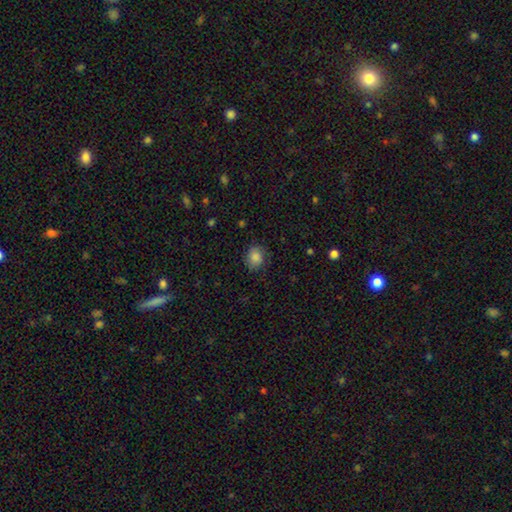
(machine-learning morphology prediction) smooth-or-featured: smooth: 85% | star or artifact: 9% | featured or disk: 6%
  how-rounded: round: 63% | in between: 36% | cigar-shaped: 1%
  merging: none: 80% | minor disturbance: 15% | major disturbance: 4% | merger: 1%